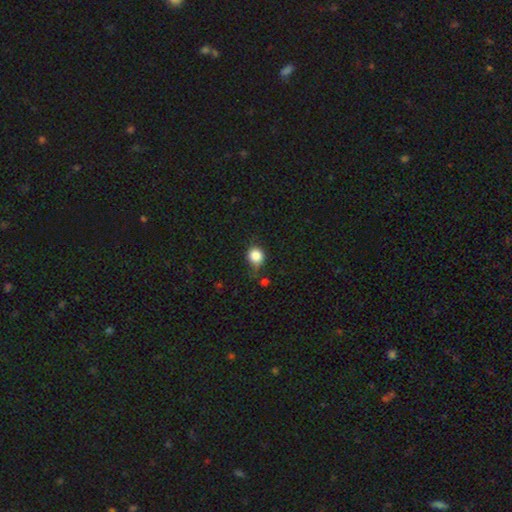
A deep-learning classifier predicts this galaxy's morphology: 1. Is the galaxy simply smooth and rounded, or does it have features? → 84% smooth, 10% star or artifact, 6% featured or disk.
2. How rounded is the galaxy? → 80% round, 19% in between, 1% cigar-shaped.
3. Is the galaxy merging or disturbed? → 59% none, 28% minor disturbance, 8% major disturbance, 4% merger.